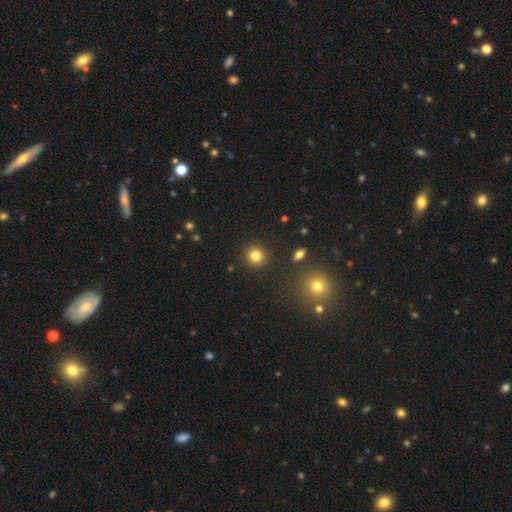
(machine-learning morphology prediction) Smooth or featured: smooth — 82% (star or artifact — 12%)
How rounded: round — 91% (in between — 8%)
Merging: none — 90% (minor disturbance — 5%)